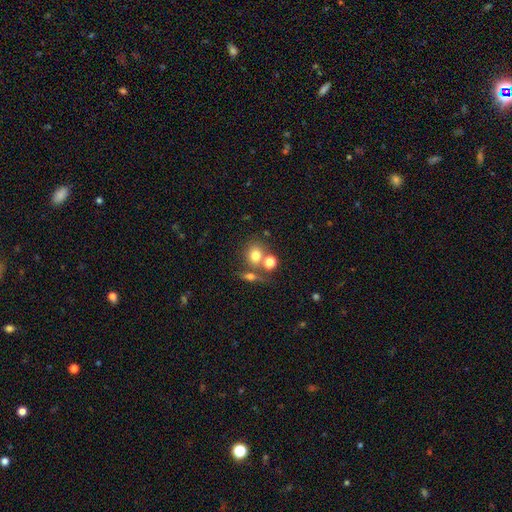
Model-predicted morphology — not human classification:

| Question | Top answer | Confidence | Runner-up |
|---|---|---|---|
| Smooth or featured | smooth | 73% | featured or disk (14%) |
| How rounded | round | 72% | in between (27%) |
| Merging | none | 52% | merger (32%) |